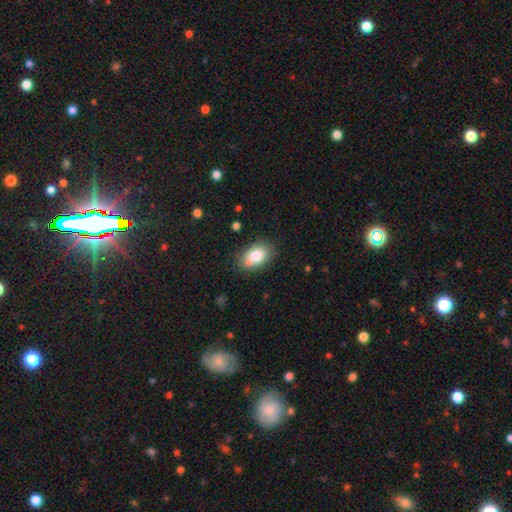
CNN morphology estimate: Smooth or featured? Predicted: smooth (p=0.79). How rounded? Predicted: in between (p=0.87). Merging? Predicted: none (p=0.75).